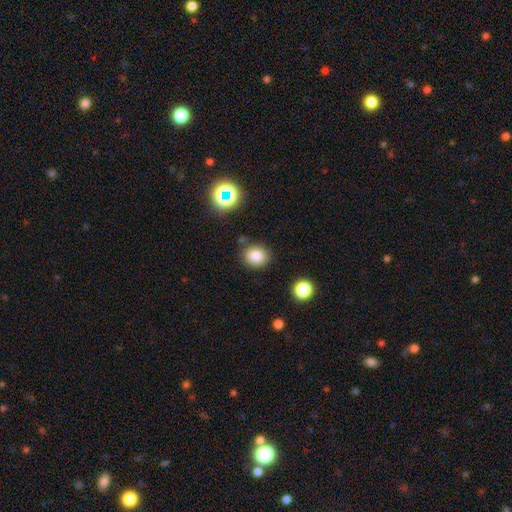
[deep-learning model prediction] smooth-or-featured: smooth: 81% | star or artifact: 13% | featured or disk: 6%
  how-rounded: round: 68% | in between: 31% | cigar-shaped: 1%
  merging: none: 81% | minor disturbance: 11% | merger: 4% | major disturbance: 3%